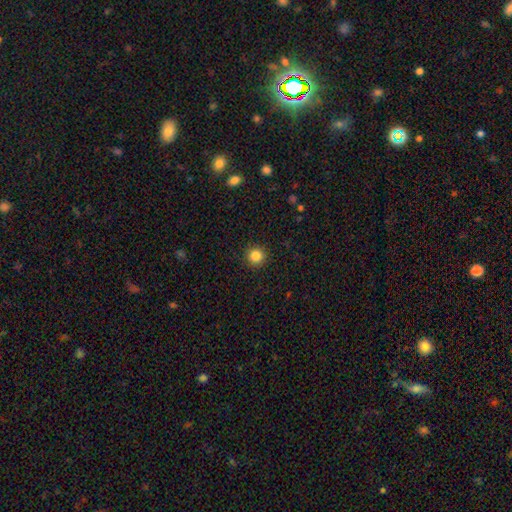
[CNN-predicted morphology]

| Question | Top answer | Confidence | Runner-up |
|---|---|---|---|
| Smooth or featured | smooth | 84% | star or artifact (11%) |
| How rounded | round | 95% | in between (4%) |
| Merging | none | 93% | minor disturbance (5%) |